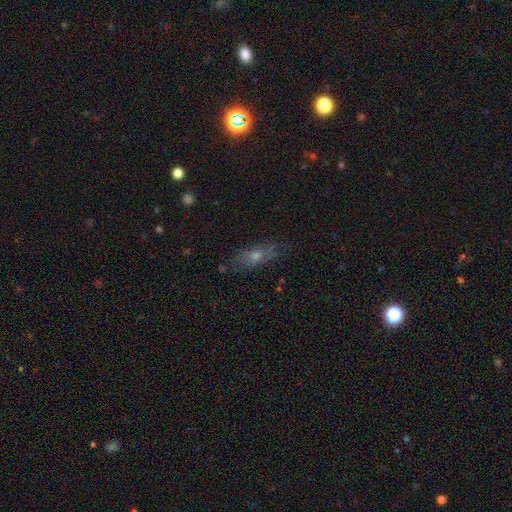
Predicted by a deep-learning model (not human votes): smooth_or_featured: smooth (p=0.47) [alt: featured or disk p=0.38]
merging: none (p=0.79) [alt: minor disturbance p=0.15]